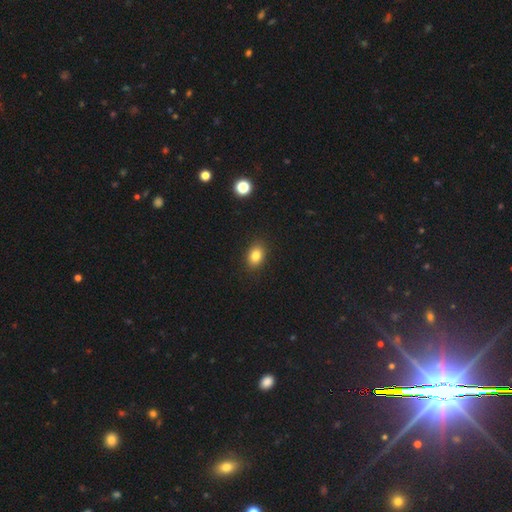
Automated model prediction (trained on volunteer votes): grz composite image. It shows a smooth galaxy with no disk features (83%) that is in between round and cigar-shaped (74%). Merging: none (89%).